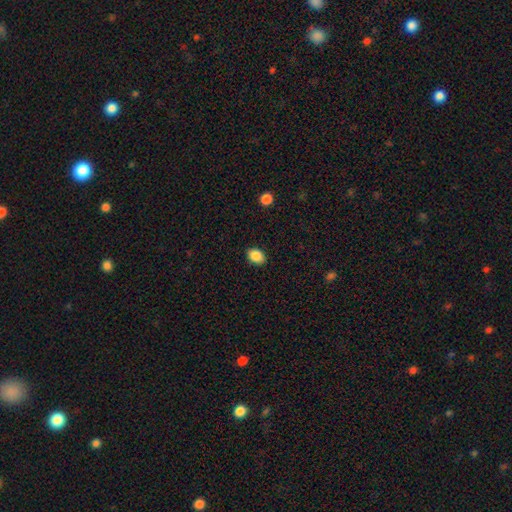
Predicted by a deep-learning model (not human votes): Morphology: type=smooth (88%); roundness=in between (74%); merging=none (89%).